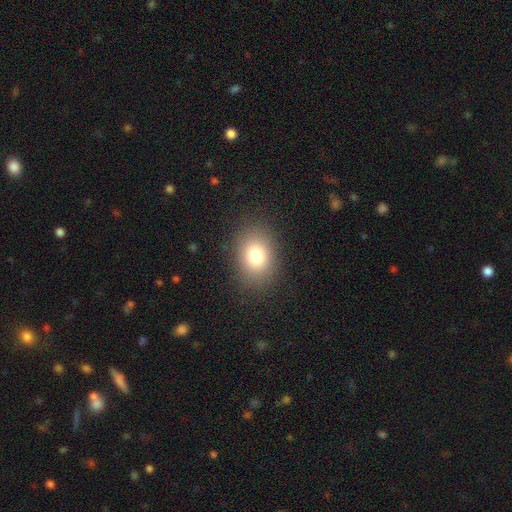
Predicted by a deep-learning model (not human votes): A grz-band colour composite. It shows a smooth galaxy with no disk features (79%) that is in between round and cigar-shaped (63%). Merging: none (86%).